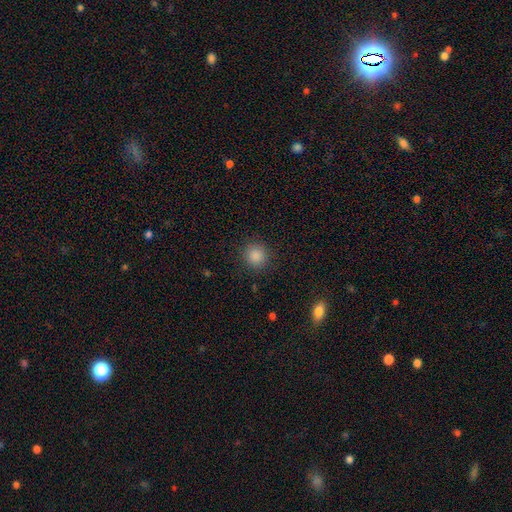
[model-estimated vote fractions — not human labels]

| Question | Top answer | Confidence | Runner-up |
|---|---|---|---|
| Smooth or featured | smooth | 86% | star or artifact (11%) |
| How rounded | round | 93% | in between (7%) |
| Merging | none | 89% | minor disturbance (7%) |